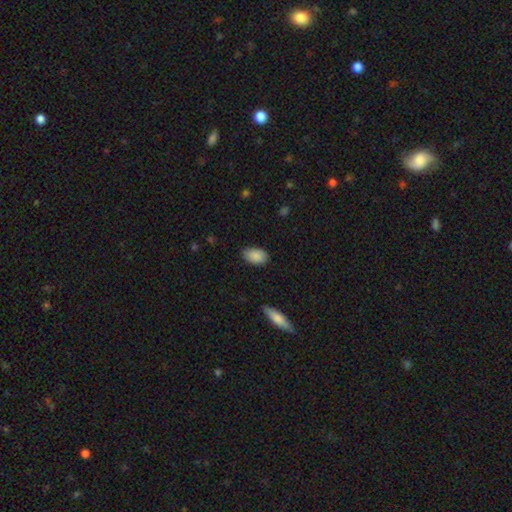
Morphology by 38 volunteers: Volunteers were most divided on "merging": none: 81%, minor disturbance: 16%, major disturbance: 3%, merger: 0%. More confident: how rounded — in between (100%); smooth or featured — smooth (89%).